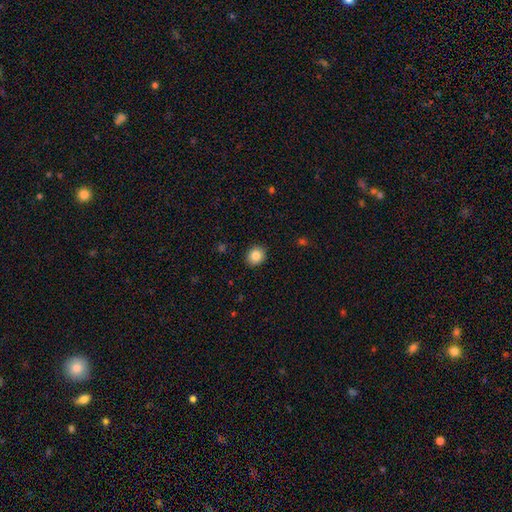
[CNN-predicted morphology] smooth-or-featured: smooth: 85% | star or artifact: 9% | featured or disk: 6%
  how-rounded: round: 73% | in between: 26% | cigar-shaped: 1%
  merging: none: 91% | minor disturbance: 6% | major disturbance: 2% | merger: 1%